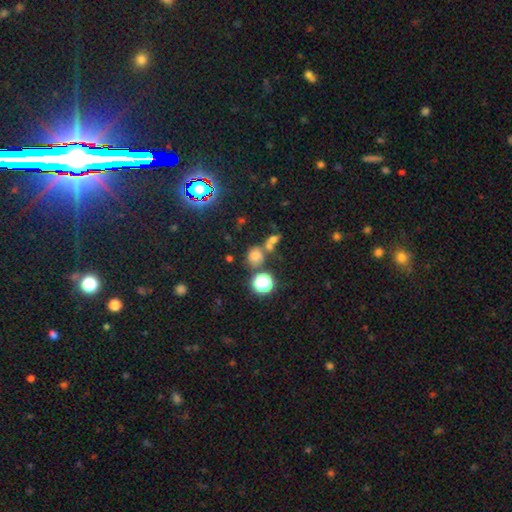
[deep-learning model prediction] Smooth or featured? smooth (62%)
How rounded? round (78%)
Merging? none (56%)